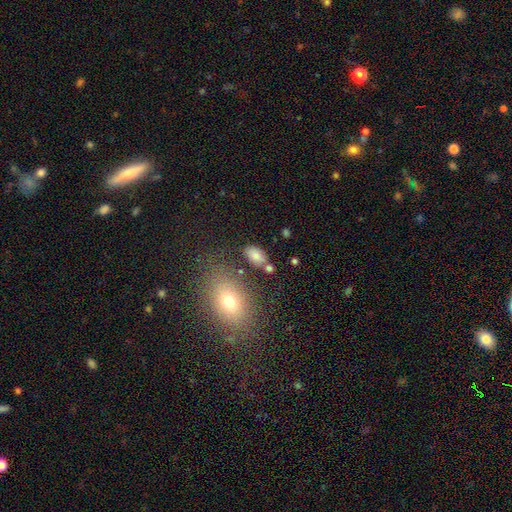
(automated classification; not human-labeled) Smooth or featured: smooth — 79% (star or artifact — 11%)
How rounded: in between — 90% (round — 7%)
Merging: none — 70% (minor disturbance — 15%)